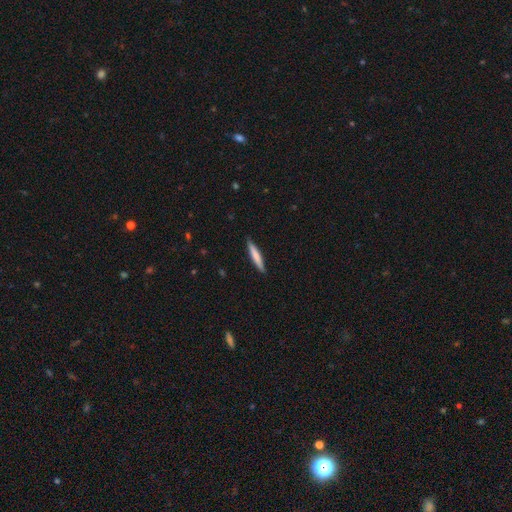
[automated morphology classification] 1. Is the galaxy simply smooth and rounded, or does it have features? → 70% smooth, 25% featured or disk, 5% star or artifact.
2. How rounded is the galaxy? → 93% cigar-shaped, 6% in between, 1% round.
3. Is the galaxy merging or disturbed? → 90% none, 7% minor disturbance, 1% major disturbance, 1% merger.